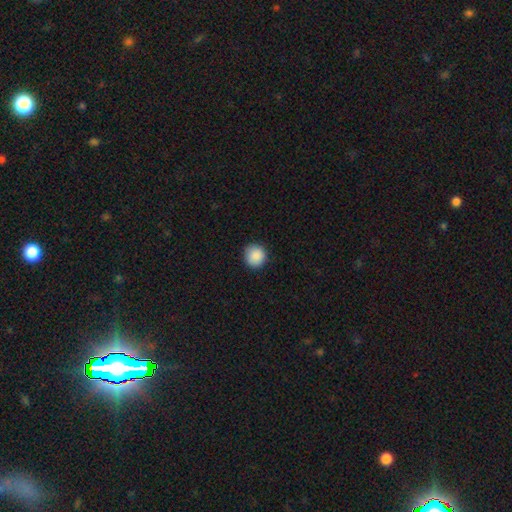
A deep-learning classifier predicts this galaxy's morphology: Q: Smooth or featured?
A: smooth (89%); runner-up: star or artifact (8%)
Q: How rounded?
A: round (93%); runner-up: in between (6%)
Q: Merging?
A: none (90%); runner-up: minor disturbance (7%)